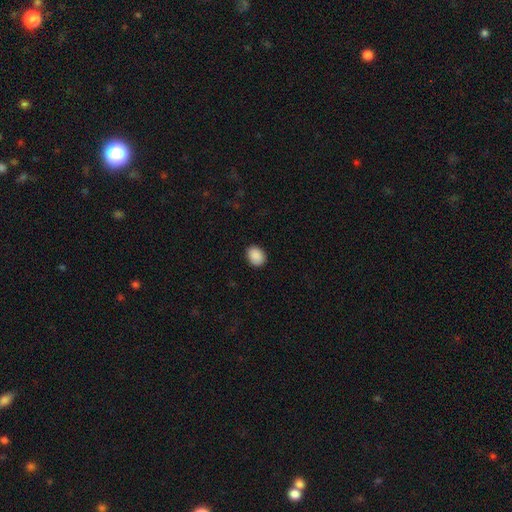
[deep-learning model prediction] Smooth or featured?
  - smooth: 90% *
  - star or artifact: 8%
  - featured or disk: 2%
How rounded?
  - in between: 56% *
  - round: 43%
  - cigar-shaped: 1%
Merging?
  - none: 89% *
  - minor disturbance: 8%
  - major disturbance: 2%
  - merger: 1%